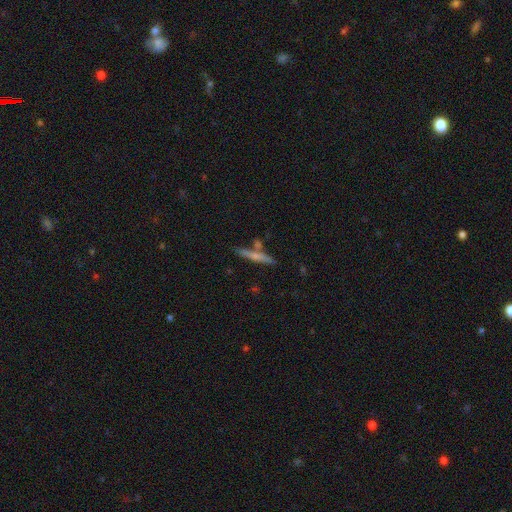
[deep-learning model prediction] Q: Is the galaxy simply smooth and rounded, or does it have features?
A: smooth — 56%.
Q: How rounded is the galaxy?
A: cigar-shaped — 92%.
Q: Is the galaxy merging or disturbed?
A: none — 72%.